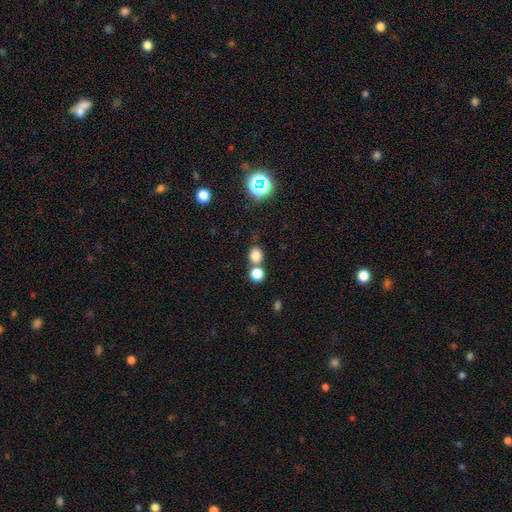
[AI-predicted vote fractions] smooth 78%, star or artifact 16%, featured or disk 6%. Down the decision tree: how rounded — round (68%); merging — none (59%).